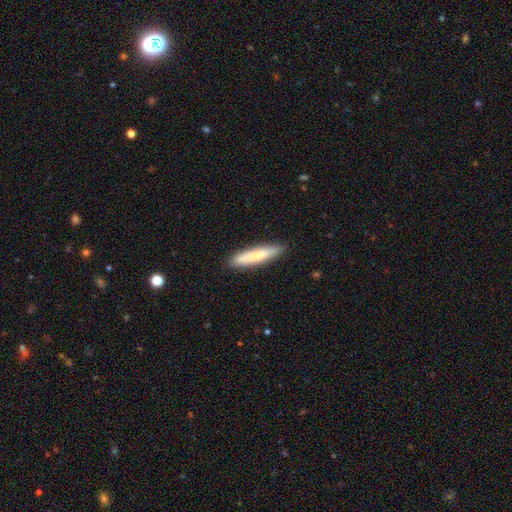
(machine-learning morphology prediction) Overall: smooth (71%). How rounded: cigar-shaped (86%). Merging: none (89%).